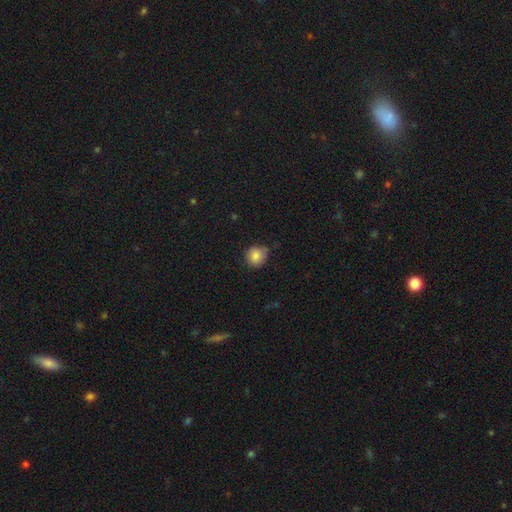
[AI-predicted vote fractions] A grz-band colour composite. It shows a smooth galaxy with no disk features (84%) that is round (81%). Merging: none (67%).